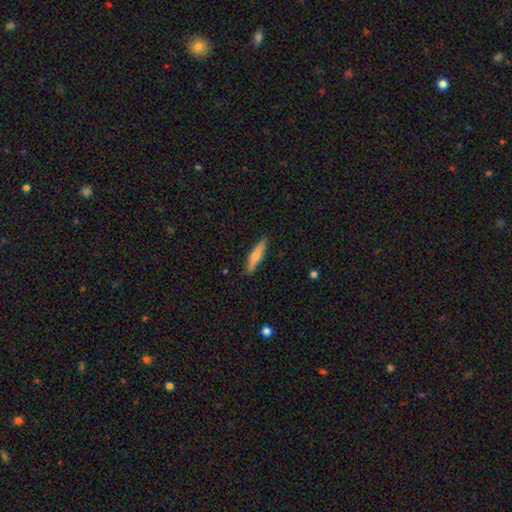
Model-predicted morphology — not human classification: smooth-or-featured: smooth: 66% | featured or disk: 28% | star or artifact: 6%
  how-rounded: cigar-shaped: 82% | in between: 16% | round: 2%
  merging: none: 87% | minor disturbance: 10% | major disturbance: 2% | merger: 1%